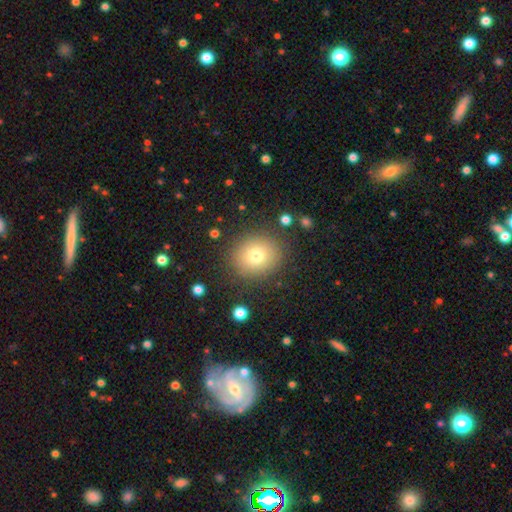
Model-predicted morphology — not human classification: The model was most divided on "smooth or featured": smooth: 74%, star or artifact: 13%, featured or disk: 12%. More confident: merging — none (86%); how rounded — round (81%).